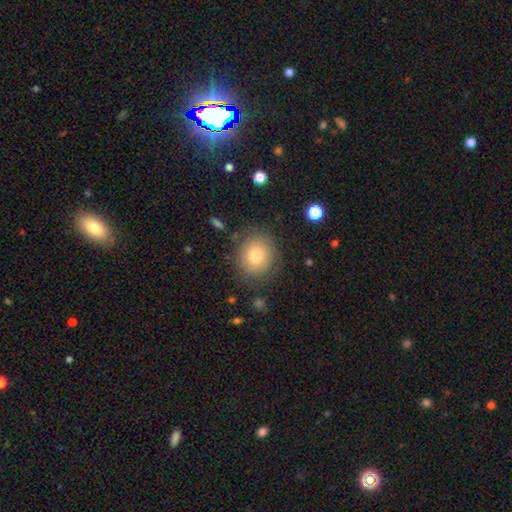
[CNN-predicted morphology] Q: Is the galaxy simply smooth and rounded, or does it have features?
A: smooth — 78%.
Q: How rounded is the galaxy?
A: round — 77%.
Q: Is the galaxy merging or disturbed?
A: none — 83%.